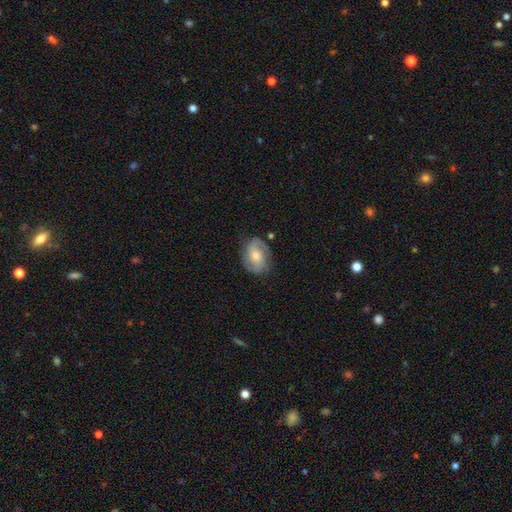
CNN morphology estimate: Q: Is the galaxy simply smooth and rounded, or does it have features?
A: featured or disk — 66%.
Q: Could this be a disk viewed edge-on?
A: no — 97%.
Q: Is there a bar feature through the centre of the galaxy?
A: no — 54%.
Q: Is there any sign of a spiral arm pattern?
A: yes — 90%.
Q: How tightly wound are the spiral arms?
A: medium — 45%.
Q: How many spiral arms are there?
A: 2 — 74%.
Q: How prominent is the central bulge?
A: moderate — 58%.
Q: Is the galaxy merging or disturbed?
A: none — 72%.